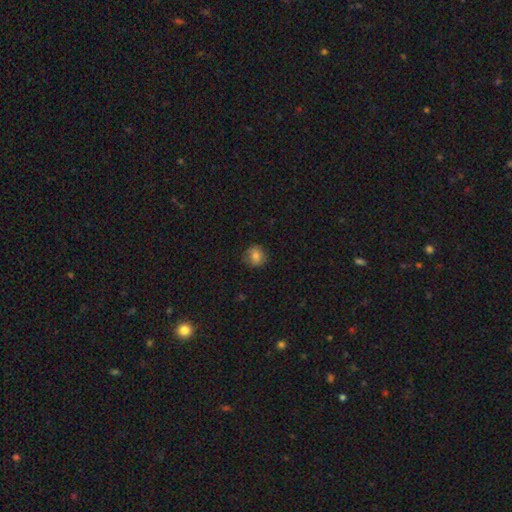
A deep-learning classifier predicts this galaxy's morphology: smooth 77%, star or artifact 11%, featured or disk 11%. Down the decision tree: how rounded — round (87%); merging — none (82%).